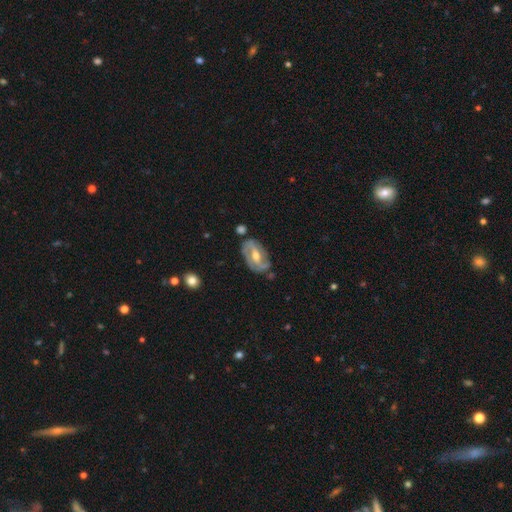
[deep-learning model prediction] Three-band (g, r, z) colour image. It shows a featured or disk galaxy (76%) with a weak bar (41%), 2 (70%) tight (42%) spiral arms (77%) and a moderate central bulge (66%). Merging: none (69%).